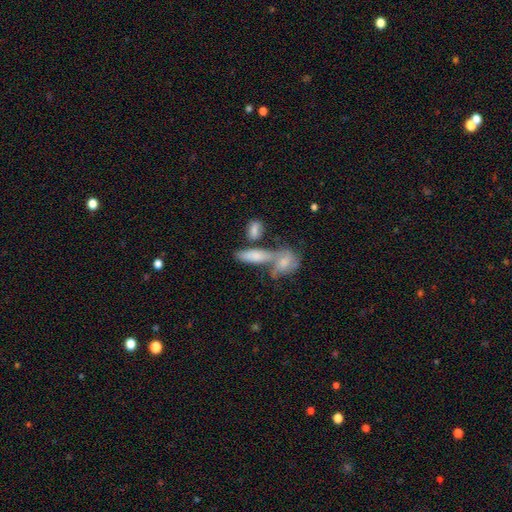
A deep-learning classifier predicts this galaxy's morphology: Q: Smooth or featured?
A: smooth (56%); runner-up: featured or disk (32%)
Q: How rounded?
A: in between (61%); runner-up: cigar-shaped (32%)
Q: Merging?
A: merger (42%); runner-up: none (39%)